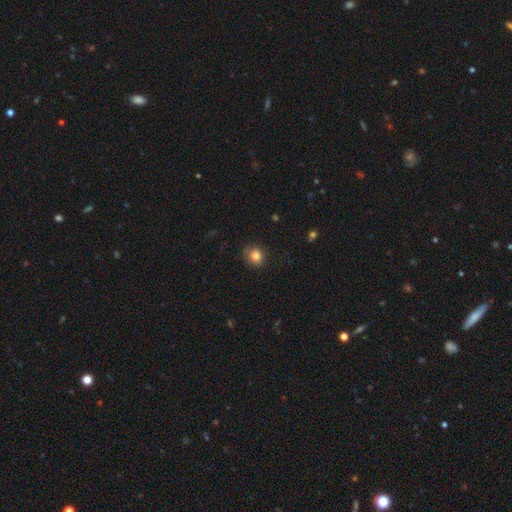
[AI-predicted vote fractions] Overall: smooth (84%). How rounded: round (75%). Merging: none (78%).